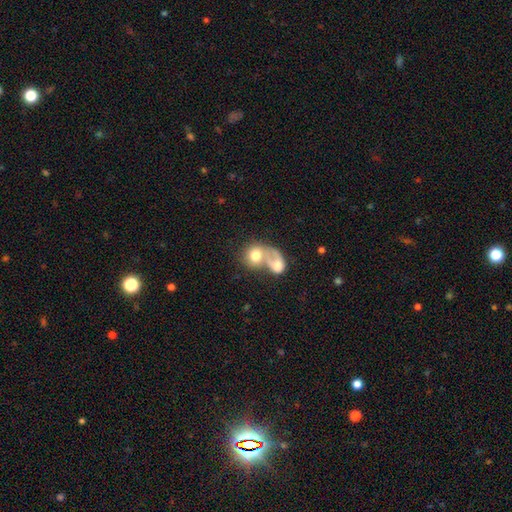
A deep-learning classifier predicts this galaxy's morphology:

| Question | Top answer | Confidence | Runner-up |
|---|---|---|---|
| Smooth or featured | smooth | 68% | featured or disk (24%) |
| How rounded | round | 64% | in between (35%) |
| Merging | merger | 72% | none (13%) |